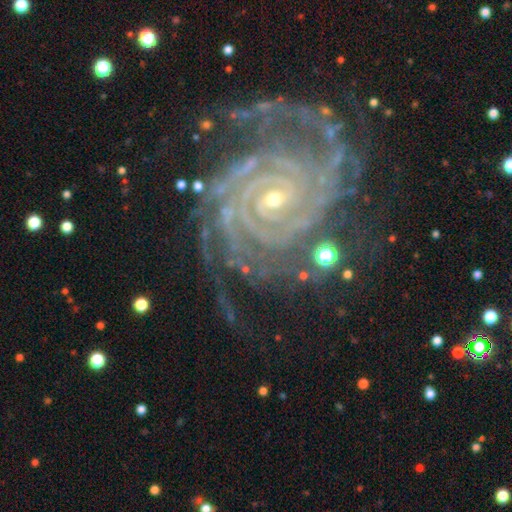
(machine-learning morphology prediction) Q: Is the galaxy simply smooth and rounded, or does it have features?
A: featured or disk — 92%.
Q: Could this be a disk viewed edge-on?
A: no — 98%.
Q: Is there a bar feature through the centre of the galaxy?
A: no — 60%.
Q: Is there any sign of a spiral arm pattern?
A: yes — 99%.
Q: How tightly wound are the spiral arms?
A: tight — 81%.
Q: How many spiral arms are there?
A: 2 — 23%.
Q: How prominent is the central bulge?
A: small — 79%.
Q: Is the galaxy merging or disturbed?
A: none — 68%.